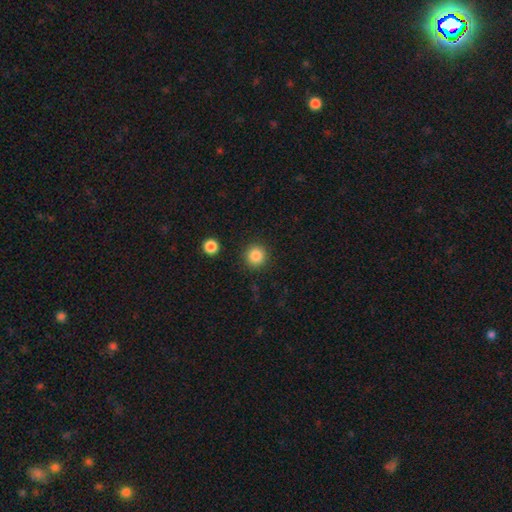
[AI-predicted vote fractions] smooth_or_featured: smooth (p=0.85) [alt: star or artifact p=0.10]
how_rounded: round (p=0.94) [alt: in between p=0.05]
merging: none (p=0.90) [alt: minor disturbance p=0.05]